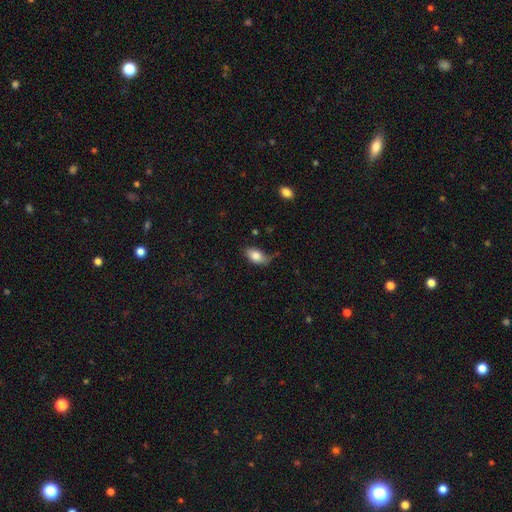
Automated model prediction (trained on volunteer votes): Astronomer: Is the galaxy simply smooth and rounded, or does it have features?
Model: smooth — 81%.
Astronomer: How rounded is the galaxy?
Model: in between — 90%.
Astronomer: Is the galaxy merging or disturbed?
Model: none — 56% (runner-up: minor disturbance, 31%).